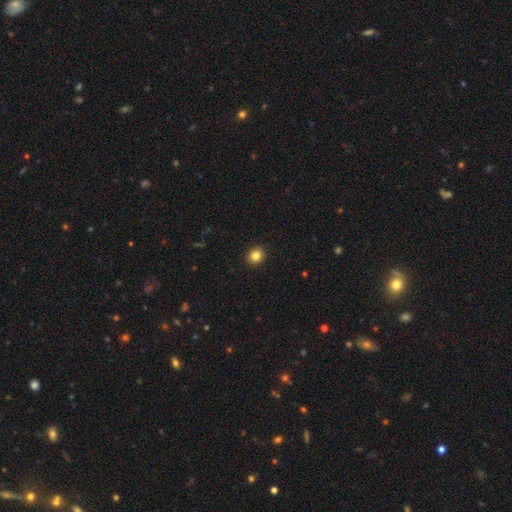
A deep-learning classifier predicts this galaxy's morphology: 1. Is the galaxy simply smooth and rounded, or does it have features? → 84% smooth, 11% star or artifact, 5% featured or disk.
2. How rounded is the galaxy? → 82% round, 17% in between, 1% cigar-shaped.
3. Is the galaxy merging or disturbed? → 93% none, 5% minor disturbance, 2% major disturbance, 1% merger.